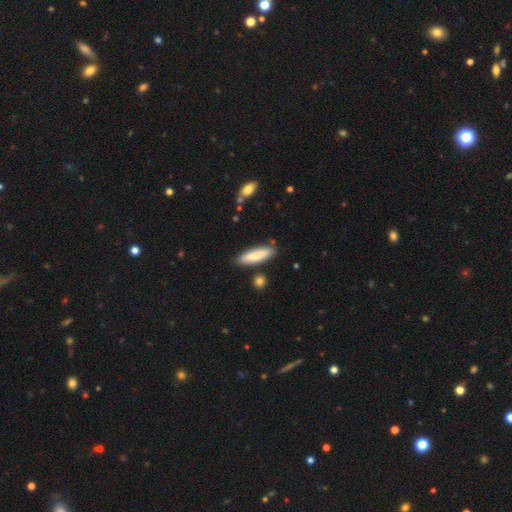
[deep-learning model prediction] Morphology: type=smooth (83%); roundness=cigar-shaped (63%); merging=none (83%).